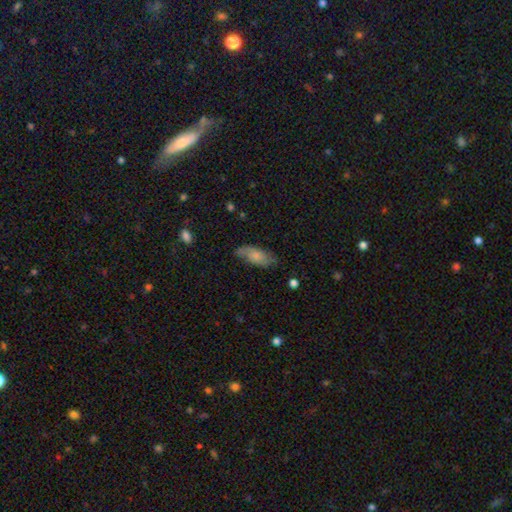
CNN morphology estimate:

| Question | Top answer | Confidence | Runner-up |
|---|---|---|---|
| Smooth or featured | smooth | 70% | featured or disk (24%) |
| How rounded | in between | 84% | cigar-shaped (13%) |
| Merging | none | 66% | minor disturbance (25%) |